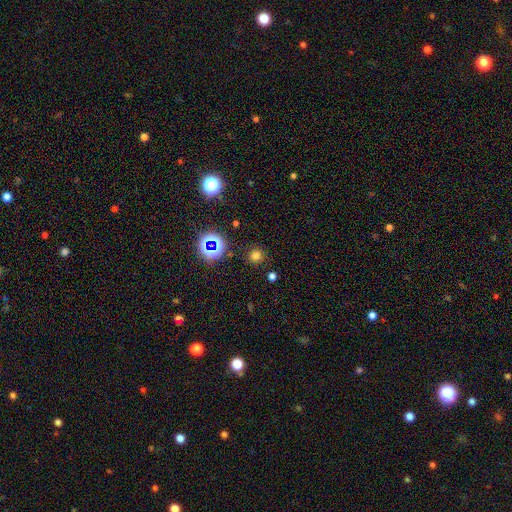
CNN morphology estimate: smooth 69%, star or artifact 25%, featured or disk 6%. Down the decision tree: how rounded — round (91%); merging — none (88%).